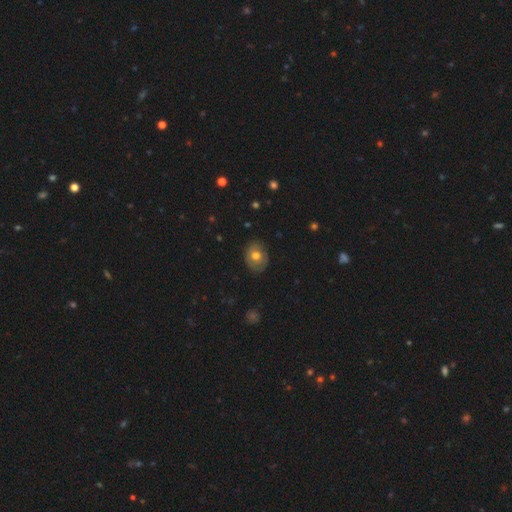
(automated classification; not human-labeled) This is likely a smooth galaxy (65%). How rounded: possibly round (51%). Merging: clearly none (80%).